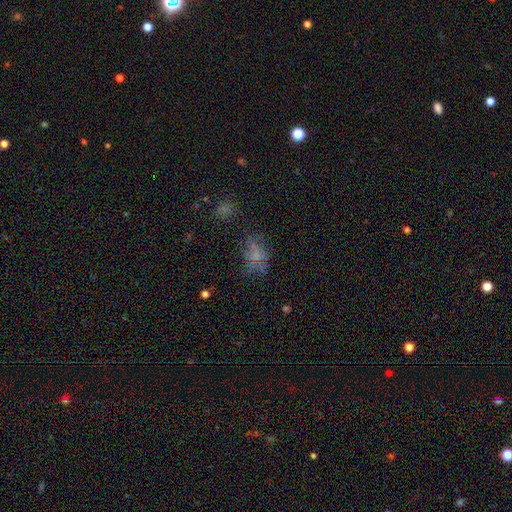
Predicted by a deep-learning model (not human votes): This appears to be a smooth galaxy with no disk features (56%) that is in between round and cigar-shaped (74%). Merging: none (53%).